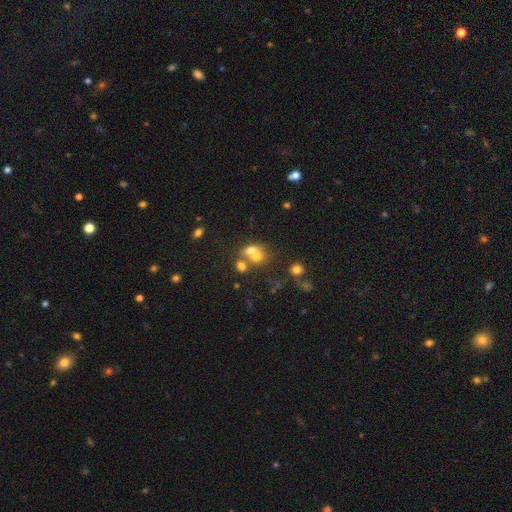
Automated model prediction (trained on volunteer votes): Overall: smooth (59%; featured or disk 24%). How rounded: round (56%; in between 43%). Merging: merger (57%; none 28%).